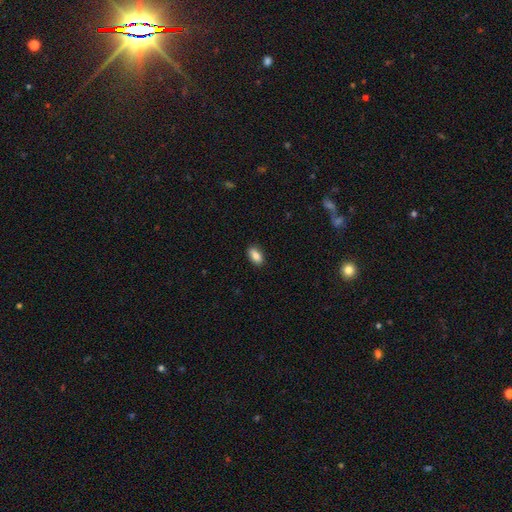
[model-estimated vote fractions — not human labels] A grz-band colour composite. It shows a smooth galaxy with no disk features (85%) that is in between round and cigar-shaped (90%). Merging: none (88%).